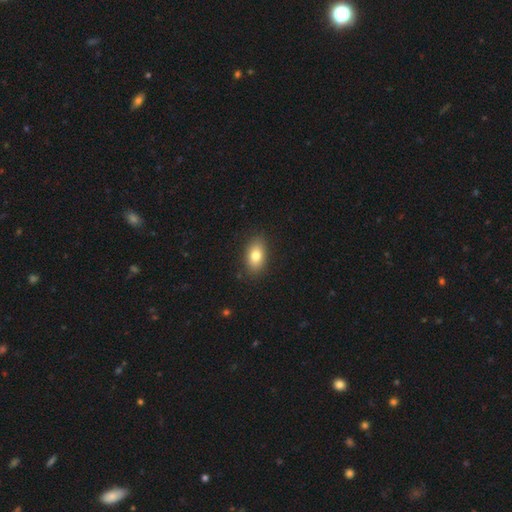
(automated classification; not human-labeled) A smooth galaxy with no disk features (78%) that is in between round and cigar-shaped (87%).

Vote fractions:
- Smooth or featured? smooth: 78% / featured or disk: 14% / star or artifact: 8%
- How rounded? in between: 87% / round: 10% / cigar-shaped: 3%
- Merging? none: 86% / minor disturbance: 10% / major disturbance: 2% / merger: 1%